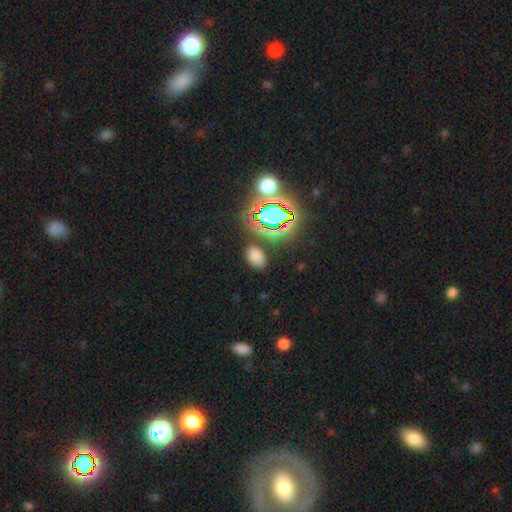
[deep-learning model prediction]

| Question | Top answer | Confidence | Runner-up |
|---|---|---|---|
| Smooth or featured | smooth | 70% | star or artifact (23%) |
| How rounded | in between | 82% | round (16%) |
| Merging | none | 81% | minor disturbance (12%) |